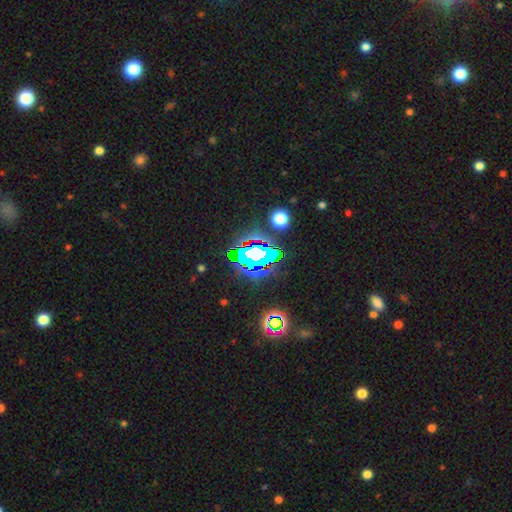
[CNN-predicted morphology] The model was most divided on "smooth or featured": star or artifact: 55%, featured or disk: 24%, smooth: 22%.